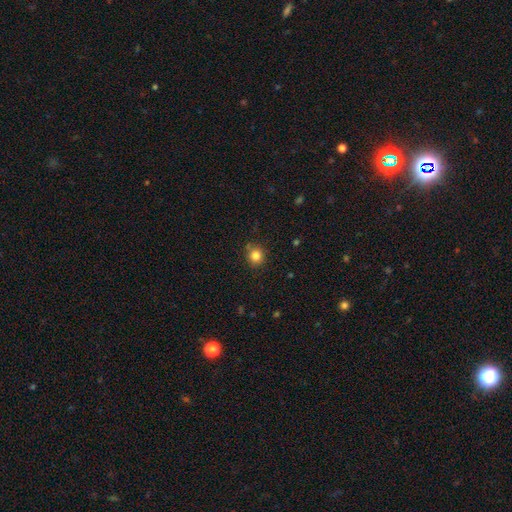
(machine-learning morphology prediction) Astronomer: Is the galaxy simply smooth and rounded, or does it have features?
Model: smooth — 83%.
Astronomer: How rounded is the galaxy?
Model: round — 88%.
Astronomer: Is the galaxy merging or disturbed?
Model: none — 83%.